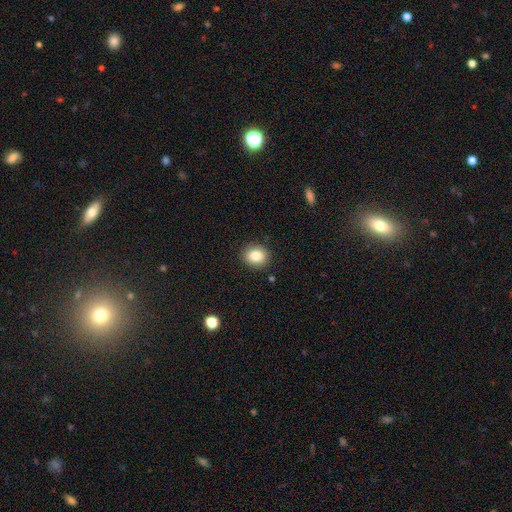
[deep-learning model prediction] Overall: smooth (83%). How rounded: round (68%; in between 31%). Merging: none (89%).